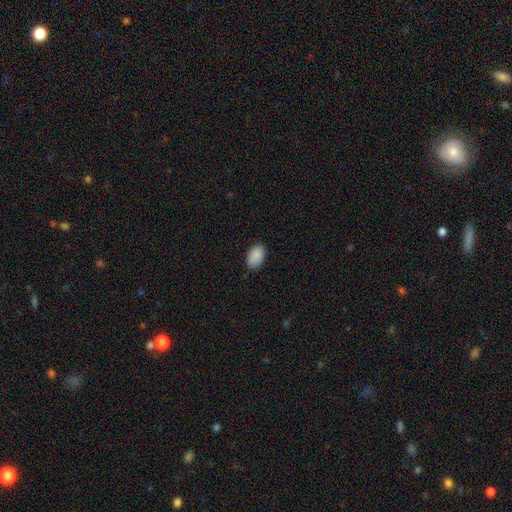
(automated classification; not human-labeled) Morphology: type=smooth (90%); roundness=in between (92%); merging=none (84%).